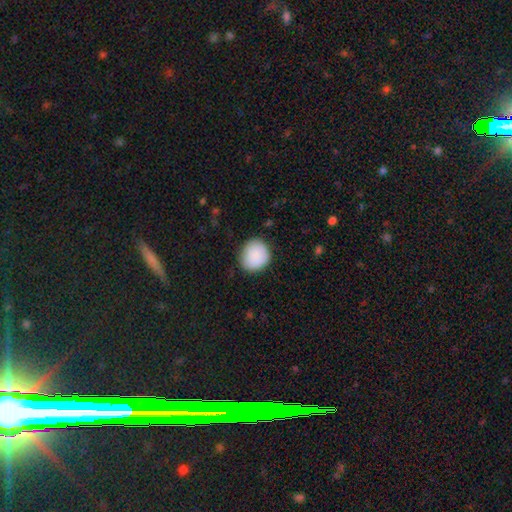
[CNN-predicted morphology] smooth 89%, star or artifact 7%, featured or disk 5%. Down the decision tree: how rounded — round (82%); merging — none (83%).